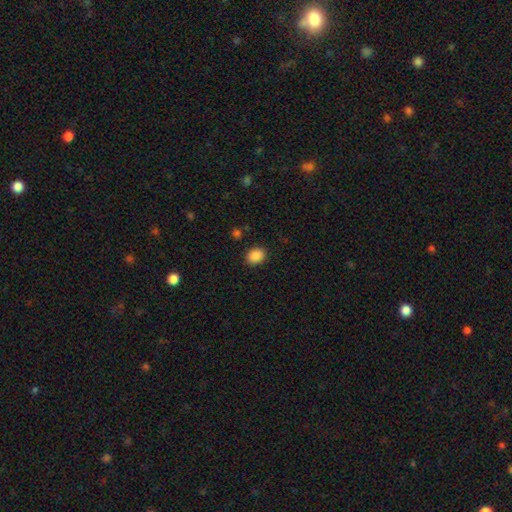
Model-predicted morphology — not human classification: Overall: smooth (88%). How rounded: in between (60%; round 39%). Merging: none (88%).